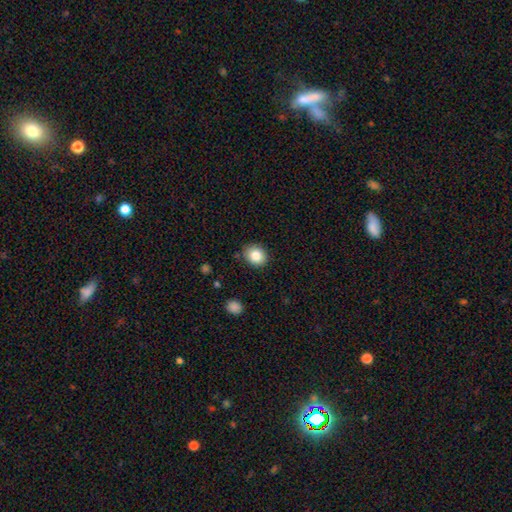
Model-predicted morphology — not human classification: Smooth or featured?
  - smooth: 84% *
  - star or artifact: 9%
  - featured or disk: 7%
How rounded?
  - round: 61% *
  - in between: 38%
  - cigar-shaped: 1%
Merging?
  - none: 86% *
  - minor disturbance: 10%
  - major disturbance: 2%
  - merger: 2%